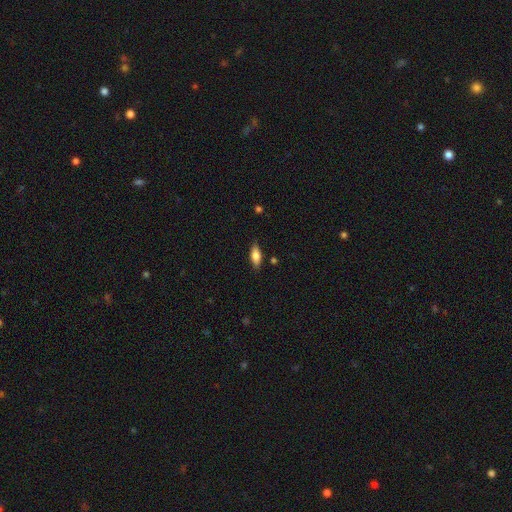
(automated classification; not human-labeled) smooth 74%, featured or disk 19%, star or artifact 7%. Down the decision tree: how rounded — in between (73%); merging — none (84%).